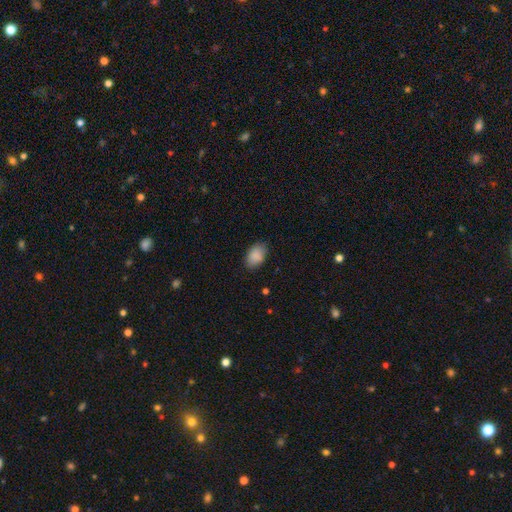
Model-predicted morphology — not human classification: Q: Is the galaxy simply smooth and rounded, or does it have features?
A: smooth — 89%.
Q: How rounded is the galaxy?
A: in between — 87%.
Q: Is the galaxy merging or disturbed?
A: none — 83%.